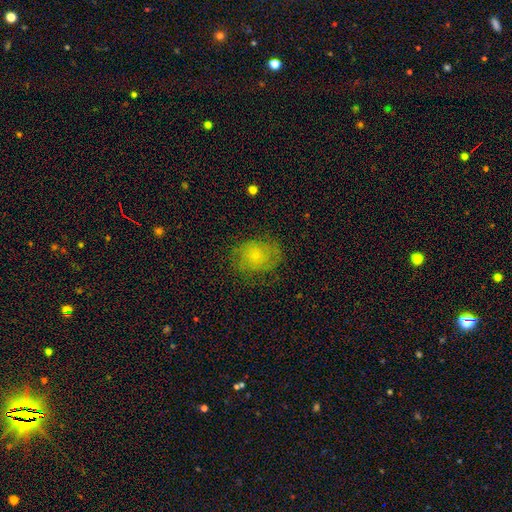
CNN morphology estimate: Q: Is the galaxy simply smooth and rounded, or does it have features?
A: smooth — 60%.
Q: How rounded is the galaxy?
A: round — 57%.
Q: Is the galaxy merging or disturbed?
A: none — 67%.